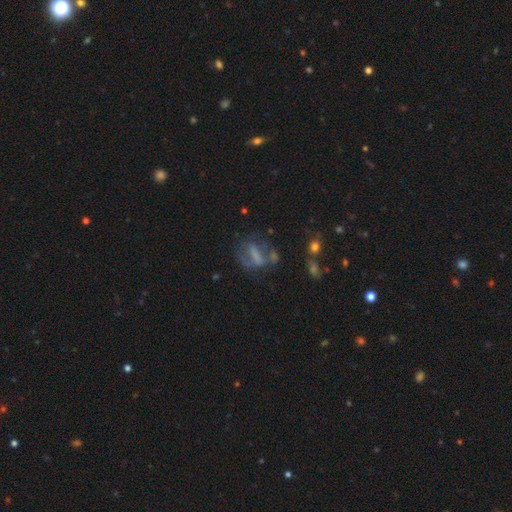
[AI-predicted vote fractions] Smooth or featured: featured or disk — 48% (smooth — 37%)
Merging: none — 42% (major disturbance — 28%)